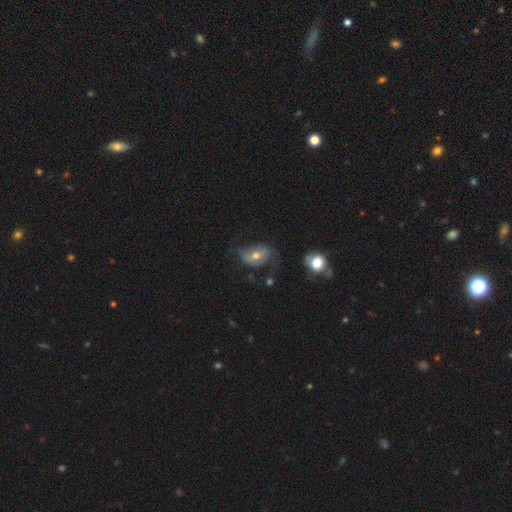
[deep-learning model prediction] Overall: smooth (48%; featured or disk 44%). Merging: none (47%; minor disturbance 29%).